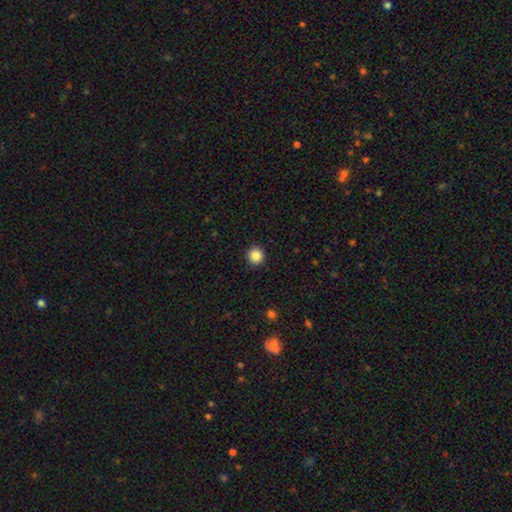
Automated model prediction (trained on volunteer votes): smooth_or_featured: smooth (p=0.87) [alt: star or artifact p=0.10]
how_rounded: round (p=0.96) [alt: in between p=0.03]
merging: none (p=0.93) [alt: minor disturbance p=0.04]